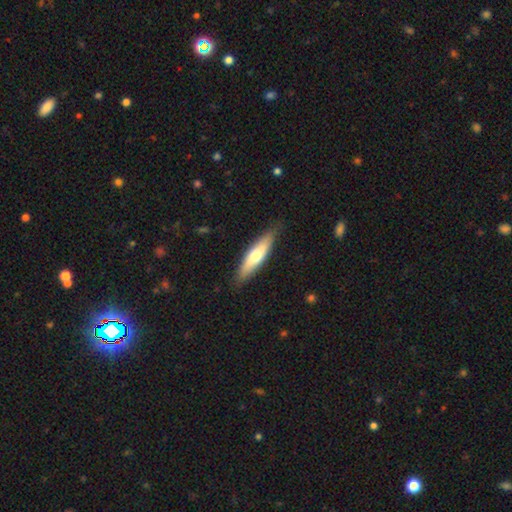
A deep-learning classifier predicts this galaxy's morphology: Overall: smooth (59%; featured or disk 36%). How rounded: cigar-shaped (70%). Merging: none (84%).